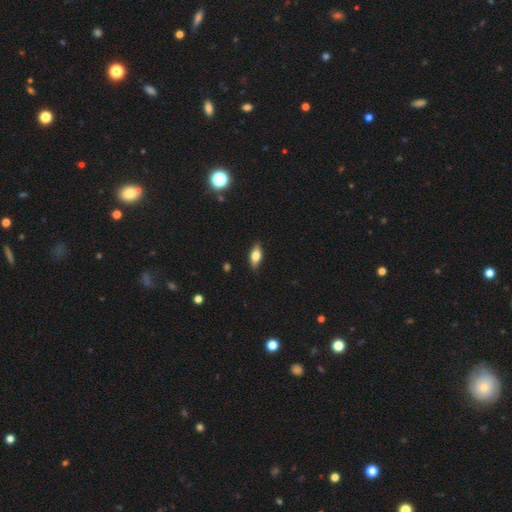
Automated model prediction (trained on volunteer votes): A smooth galaxy with no disk features (71%) that is in between round and cigar-shaped (81%).

Vote fractions:
- Smooth or featured? smooth: 71% / featured or disk: 22% / star or artifact: 7%
- How rounded? in between: 81% / cigar-shaped: 15% / round: 4%
- Merging? none: 86% / minor disturbance: 11% / major disturbance: 2% / merger: 1%